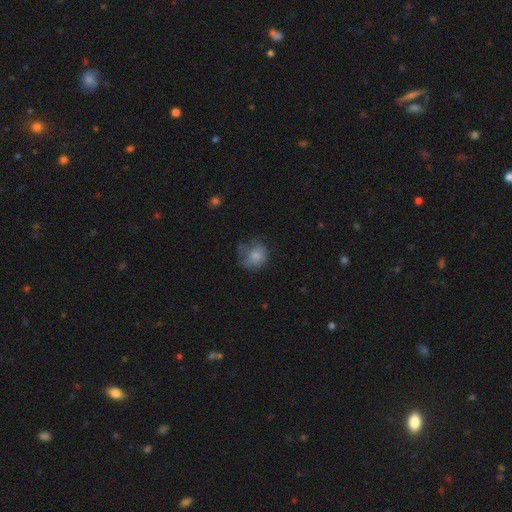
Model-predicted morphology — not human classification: smooth_or_featured: smooth (p=0.75) [alt: featured or disk p=0.15]
how_rounded: round (p=0.70) [alt: in between p=0.30]
merging: none (p=0.44) [alt: minor disturbance p=0.30]